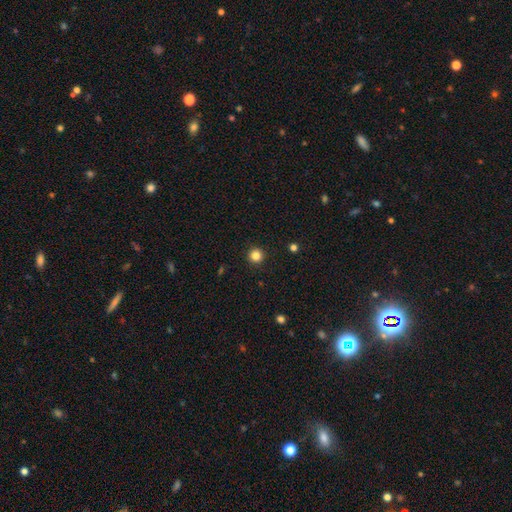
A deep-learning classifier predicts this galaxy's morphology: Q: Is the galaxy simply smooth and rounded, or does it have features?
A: smooth — 84%.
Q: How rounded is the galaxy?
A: round — 96%.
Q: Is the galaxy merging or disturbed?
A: none — 93%.